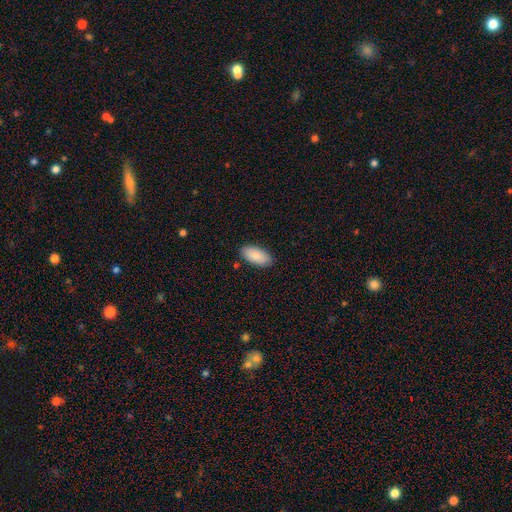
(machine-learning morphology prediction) Overall: smooth (88%). How rounded: in between (93%). Merging: none (87%).